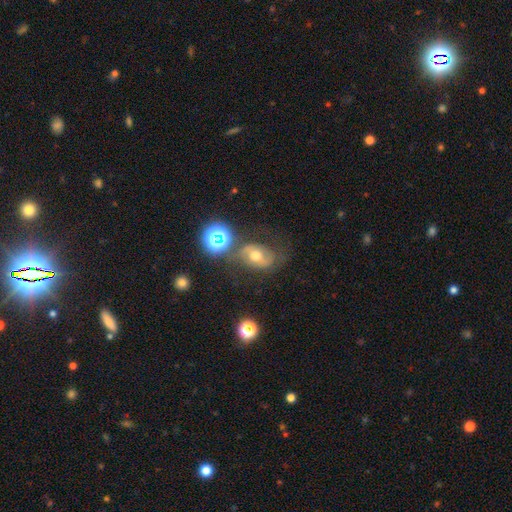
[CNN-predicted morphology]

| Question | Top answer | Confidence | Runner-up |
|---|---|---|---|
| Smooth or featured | featured or disk | 48% | smooth (35%) |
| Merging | none | 57% | minor disturbance (21%) |